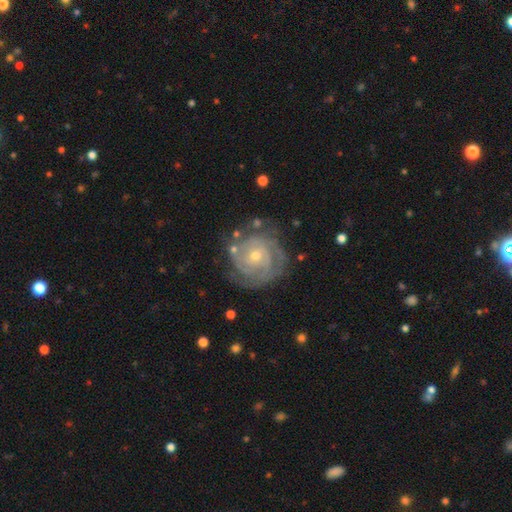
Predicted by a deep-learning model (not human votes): Smooth or featured? featured or disk (87%)
Edge-on disk? no (98%)
Bar? no (74%)
Spiral arms? yes (96%)
Spiral winding? tight (79%)
Spiral arm count? can't tell (28%)
Bulge size? small (61%)
Merging? none (74%)